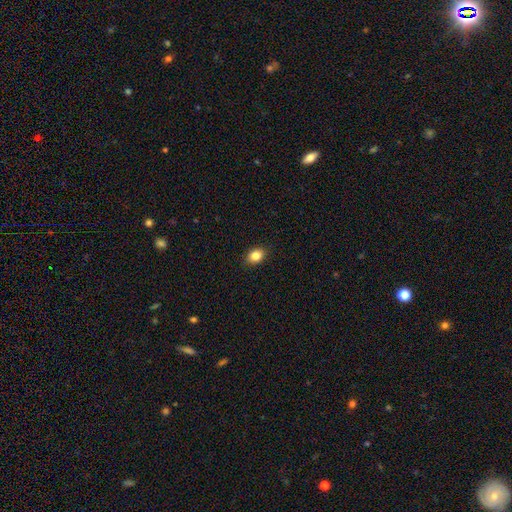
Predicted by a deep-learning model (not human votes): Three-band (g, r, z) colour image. It shows a smooth galaxy with no disk features (85%) that is in between round and cigar-shaped (67%). Merging: none (89%).